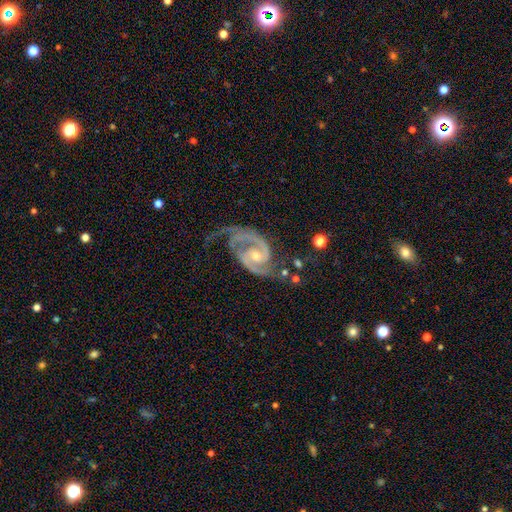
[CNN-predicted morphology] A featured or disk galaxy (93%) with no bar (53%), 2 (90%) medium (56%) spiral arms (98%) and a small central bulge (51%).

Vote fractions:
- Smooth or featured? featured or disk: 93% / star or artifact: 4% / smooth: 3%
- Edge-on disk? no: 98% / yes: 2%
- Bar? no: 53% / weak: 35% / strong: 12%
- Spiral arms? yes: 98% / no: 2%
- Spiral winding? medium: 56% / tight: 28% / loose: 16%
- Spiral arm count? 2: 90% / 3: 4% / can't tell: 2% / 1: 2% / 4: 1% / more than 4: 1%
- Bulge size? small: 51% / moderate: 45% / large: 2% / none: 2% / dominant: 1%
- Merging? none: 52% / minor disturbance: 24% / major disturbance: 20% / merger: 4%